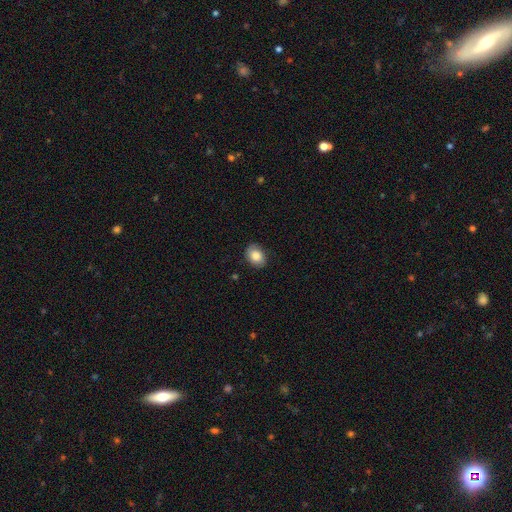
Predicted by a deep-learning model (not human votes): Overall: smooth (82%). How rounded: in between (70%). Merging: none (85%).